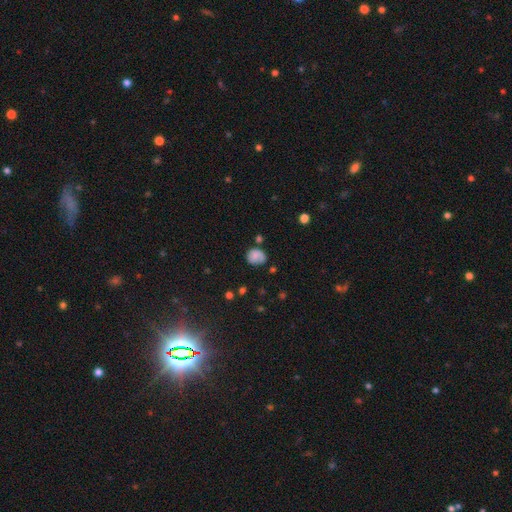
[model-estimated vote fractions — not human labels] The model was most divided on "merging": none: 58%, minor disturbance: 27%, major disturbance: 11%, merger: 4%. More confident: smooth or featured — smooth (70%); how rounded — round (66%).